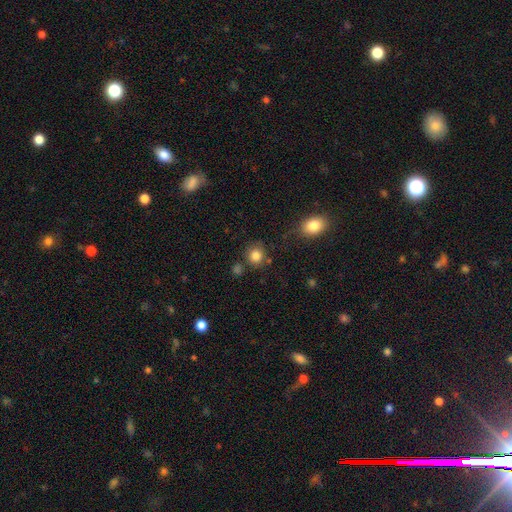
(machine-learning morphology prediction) Overall: smooth (83%). How rounded: round (85%). Merging: none (78%).